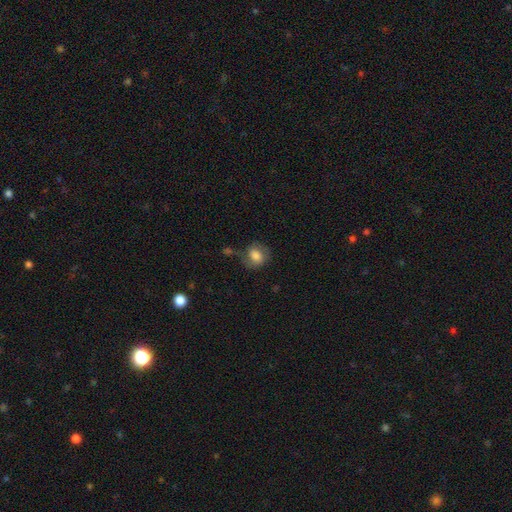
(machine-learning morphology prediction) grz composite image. It shows a smooth galaxy with no disk features (70%) that is round (58%). Merging: none (51%).